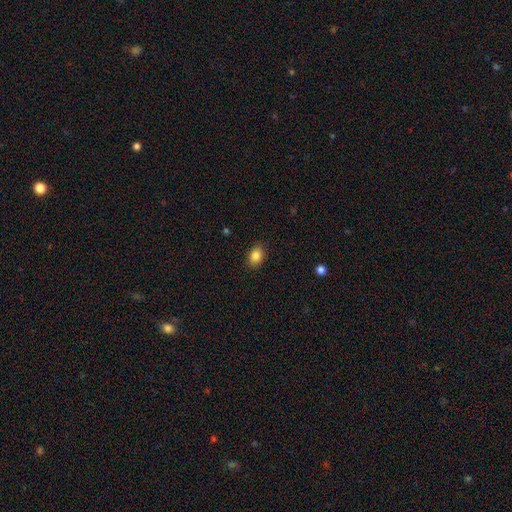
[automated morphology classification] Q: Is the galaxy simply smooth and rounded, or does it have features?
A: smooth — 86%.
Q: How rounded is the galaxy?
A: in between — 74%.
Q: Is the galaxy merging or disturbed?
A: none — 87%.